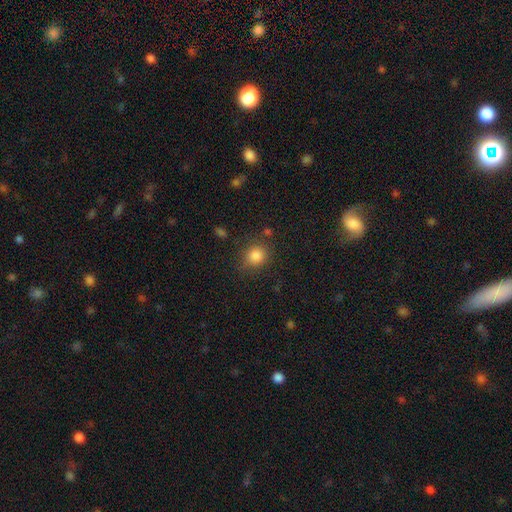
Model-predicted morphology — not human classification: Overall: smooth (84%). How rounded: round (85%). Merging: none (79%).